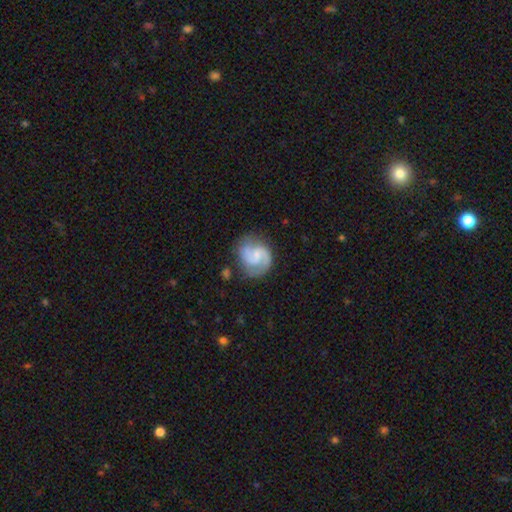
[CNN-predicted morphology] featured or disk 79%, smooth 16%, star or artifact 5%. Down the decision tree: edge-on disk — no (98%); bar — weak (48%); spiral arms — yes (95%); spiral arm count — 2 (86%); spiral winding — medium (53%); bulge size — small (50%); merging — none (71%).